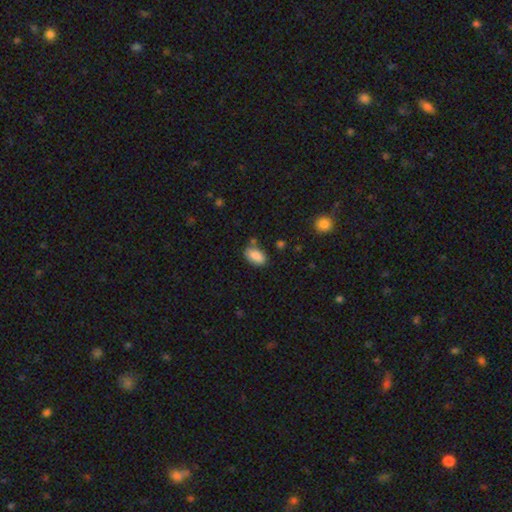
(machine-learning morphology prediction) Smooth or featured? smooth (86%)
How rounded? in between (92%)
Merging? none (74%)